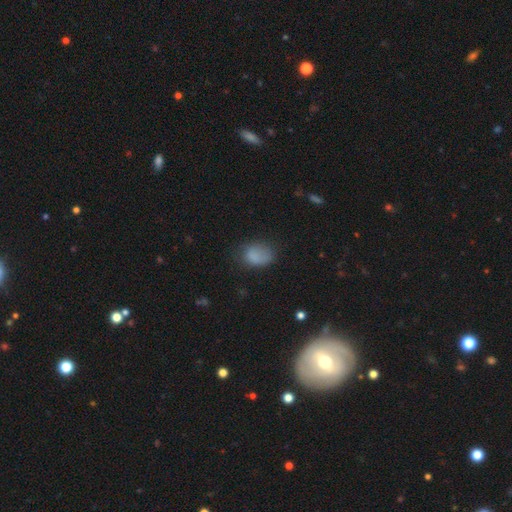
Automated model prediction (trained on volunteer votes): A smooth galaxy with no disk features (81%) that is in between round and cigar-shaped (77%). Merging: none (54%).